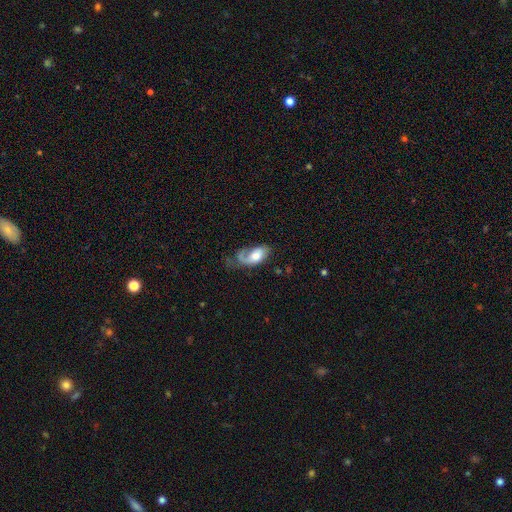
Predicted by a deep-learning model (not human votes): featured or disk 52%, smooth 42%, star or artifact 6%. Down the decision tree: edge-on disk — no (93%); merging — major disturbance (42%).